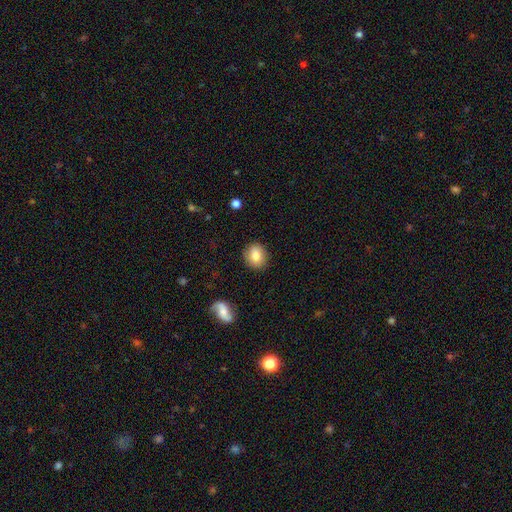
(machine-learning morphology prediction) type=smooth (79%); roundness=round (70%); merging=none (87%).